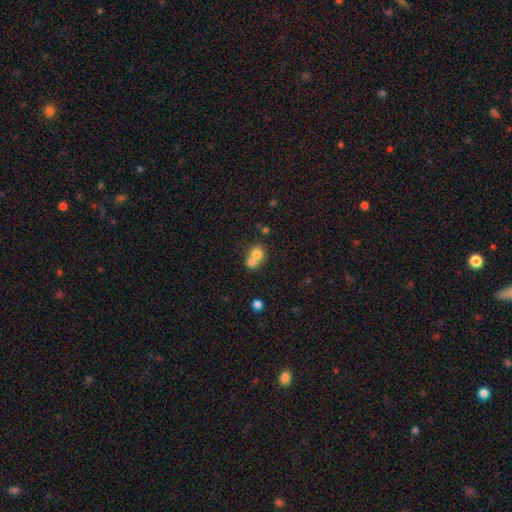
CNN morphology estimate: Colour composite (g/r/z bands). It shows a smooth galaxy with no disk features (71%) that is round (69%). Merging: merger (68%).